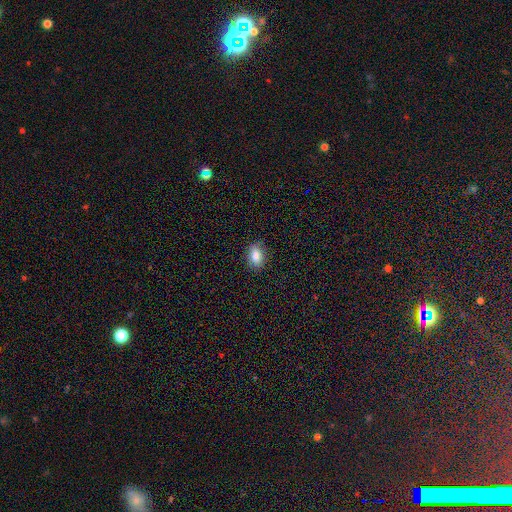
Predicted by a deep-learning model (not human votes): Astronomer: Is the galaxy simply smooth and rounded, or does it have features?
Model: smooth — 84%.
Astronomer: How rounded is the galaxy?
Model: in between — 82%.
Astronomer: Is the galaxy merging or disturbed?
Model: none — 83%.